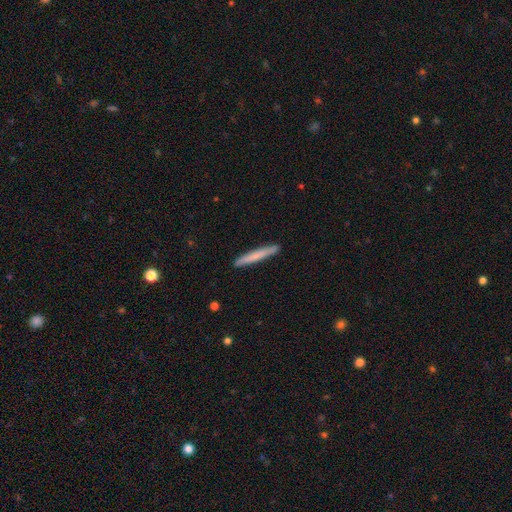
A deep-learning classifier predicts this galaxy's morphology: Smooth or featured?
  - smooth: 70% *
  - featured or disk: 24%
  - star or artifact: 5%
How rounded?
  - cigar-shaped: 97% *
  - in between: 2%
  - round: 1%
Merging?
  - none: 91% *
  - minor disturbance: 7%
  - major disturbance: 1%
  - merger: 1%